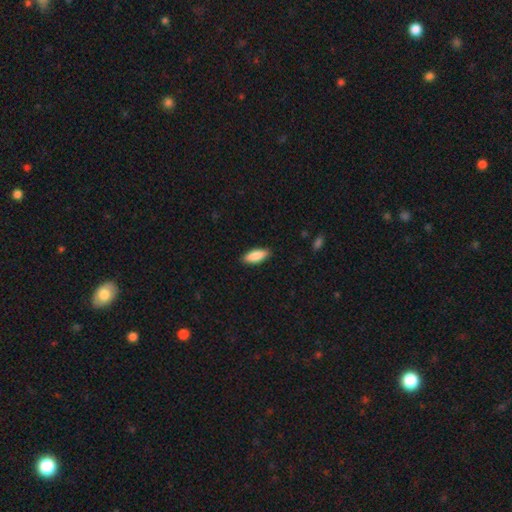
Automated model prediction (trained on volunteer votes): smooth_or_featured: smooth (p=0.88) [alt: featured or disk p=0.06]
how_rounded: in between (p=0.75) [alt: cigar-shaped p=0.23]
merging: none (p=0.88) [alt: minor disturbance p=0.09]